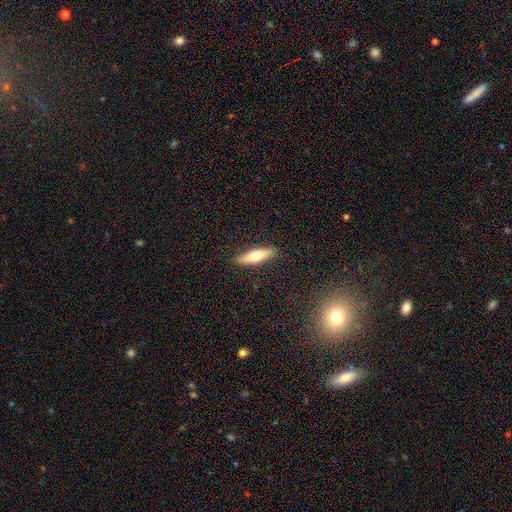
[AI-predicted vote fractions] Smooth or featured? Predicted: smooth (p=0.56). How rounded? Predicted: cigar-shaped (p=0.71). Merging? Predicted: none (p=0.90).